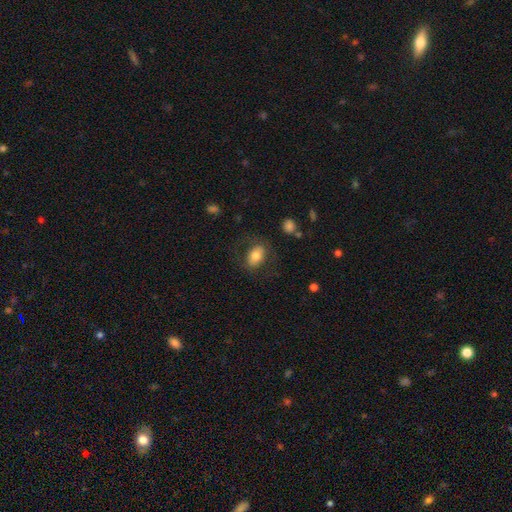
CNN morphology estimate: smooth_or_featured: smooth (p=0.73) [alt: featured or disk p=0.20]
how_rounded: in between (p=0.82) [alt: round p=0.17]
merging: none (p=0.74) [alt: minor disturbance p=0.14]